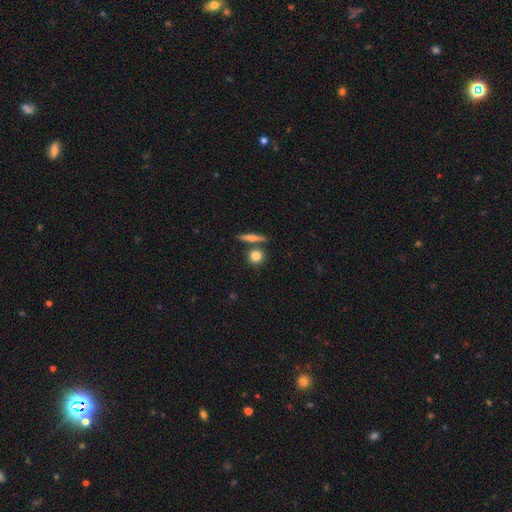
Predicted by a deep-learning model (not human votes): This is clearly a smooth galaxy (80%). How rounded: clearly round (82%). Merging: likely none (74%).